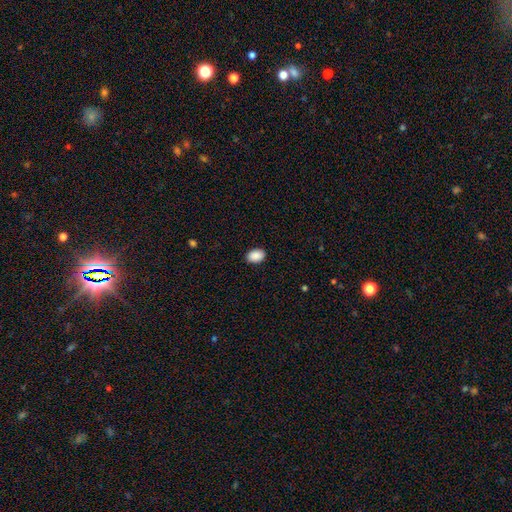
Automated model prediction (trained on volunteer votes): Morphology: type=smooth (90%); roundness=in between (84%); merging=none (89%).